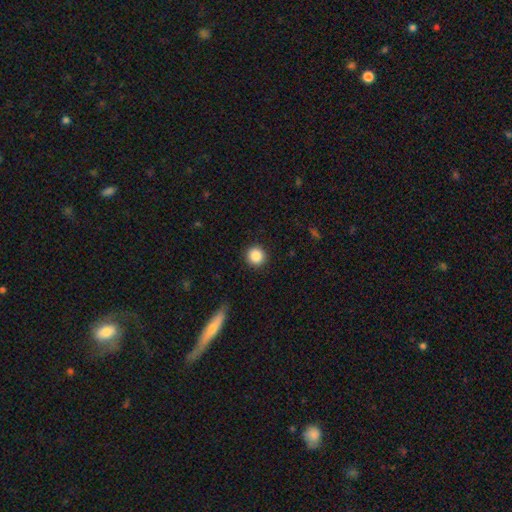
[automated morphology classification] This is clearly a smooth galaxy (87%). How rounded: clearly round (94%). Merging: clearly none (91%).